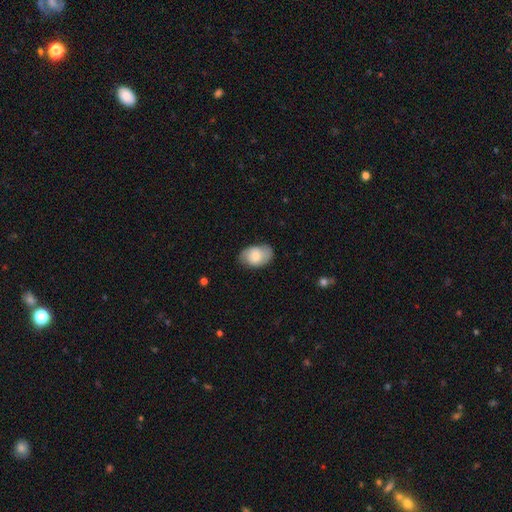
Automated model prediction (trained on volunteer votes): Smooth or featured: smooth — 68% (featured or disk — 25%)
How rounded: in between — 86% (round — 13%)
Merging: none — 70% (minor disturbance — 23%)